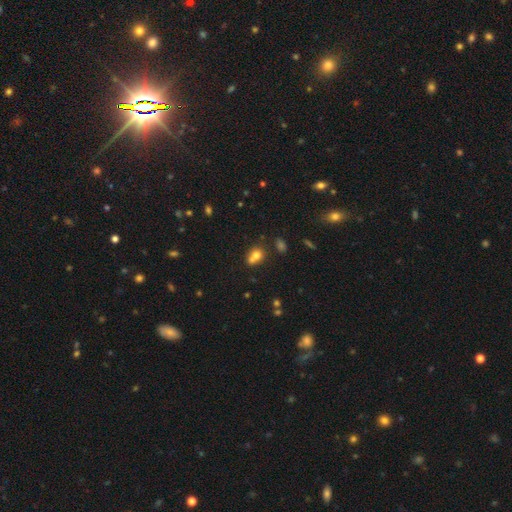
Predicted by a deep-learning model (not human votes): smooth-or-featured: smooth: 72% | featured or disk: 14% | star or artifact: 14%
  how-rounded: round: 56% | in between: 42% | cigar-shaped: 2%
  merging: merger: 52% | none: 33% | minor disturbance: 10% | major disturbance: 5%